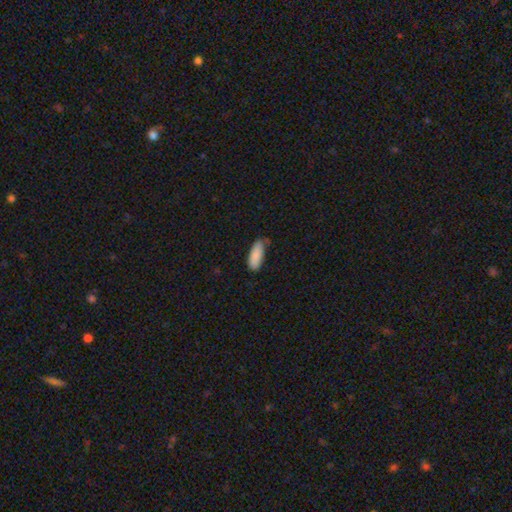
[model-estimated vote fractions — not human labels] Overall: smooth (88%). How rounded: in between (73%). Merging: none (65%; minor disturbance 28%).